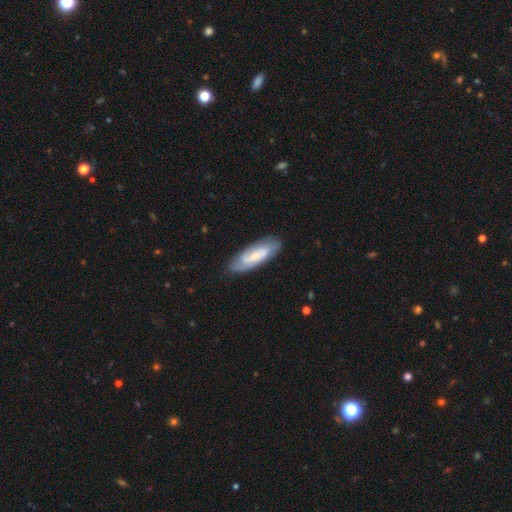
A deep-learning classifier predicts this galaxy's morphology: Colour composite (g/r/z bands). It shows a featured or disk galaxy (53%). Merging: none (77%).